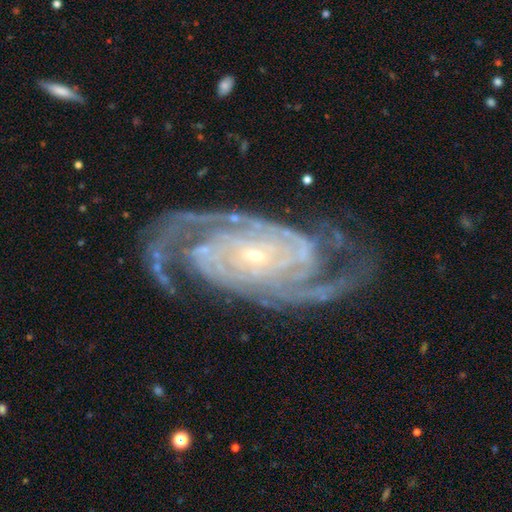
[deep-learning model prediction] A featured or disk galaxy (93%) with no bar (64%), 2 (45%) tight (65%) spiral arms (99%) and a small central bulge (84%).

Vote fractions:
- Smooth or featured? featured or disk: 93% / star or artifact: 5% / smooth: 2%
- Edge-on disk? no: 97% / yes: 3%
- Bar? no: 64% / weak: 22% / strong: 14%
- Spiral arms? yes: 99% / no: 1%
- Spiral winding? tight: 65% / medium: 30% / loose: 4%
- Spiral arm count? 2: 45% / 3: 19% / 4: 12% / can't tell: 10% / more than 4: 7% / 1: 6%
- Bulge size? small: 84% / moderate: 12% / none: 1% / large: 1% / dominant: 1%
- Merging? none: 75% / minor disturbance: 15% / major disturbance: 8% / merger: 2%